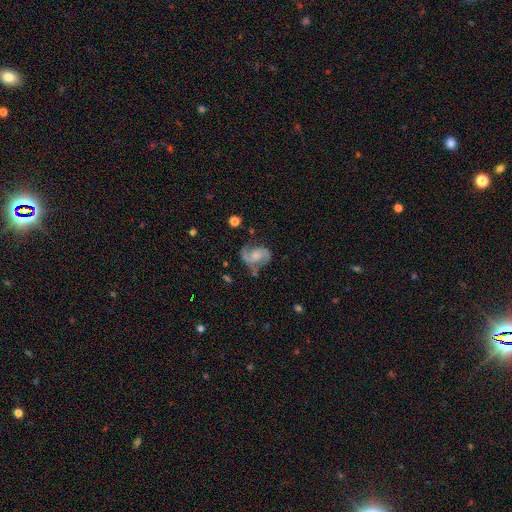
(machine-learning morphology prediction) A featured or disk galaxy (84%) with no bar (60%), 2 (89%) medium (53%) spiral arms (96%) and a moderate central bulge (37%, tied with small).

Vote fractions:
- Smooth or featured? featured or disk: 84% / smooth: 10% / star or artifact: 6%
- Edge-on disk? no: 98% / yes: 2%
- Bar? no: 60% / weak: 33% / strong: 7%
- Spiral arms? yes: 96% / no: 4%
- Spiral winding? medium: 53% / loose: 29% / tight: 19%
- Spiral arm count? 2: 89% / can't tell: 4% / 1: 4% / 3: 2% / 4: 1% / more than 4: 1%
- Bulge size? moderate: 37% (tied) / small: 37% (tied) / none: 17% / large: 7% / dominant: 2%
- Merging? none: 63% / minor disturbance: 21% / major disturbance: 11% / merger: 4%